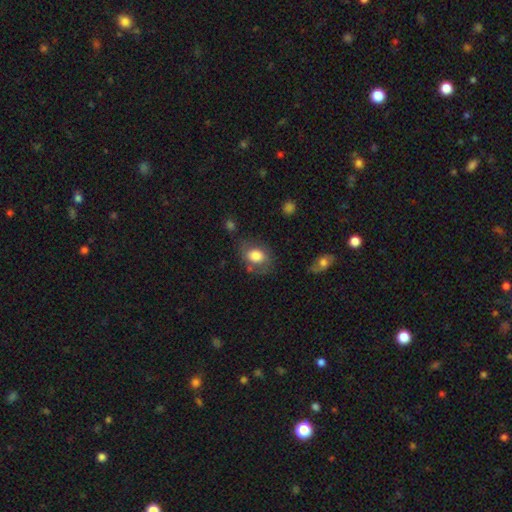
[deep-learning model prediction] Overall: smooth (76%). How rounded: in between (62%; round 37%). Merging: none (62%; minor disturbance 23%).